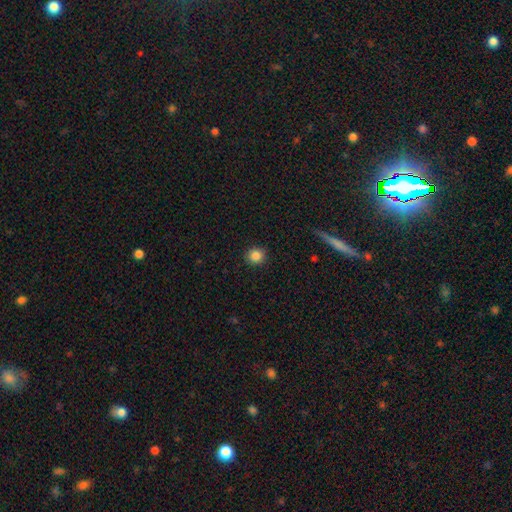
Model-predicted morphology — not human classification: Smooth or featured? Predicted: smooth (p=0.85). How rounded? Predicted: round (p=0.91). Merging? Predicted: none (p=0.91).